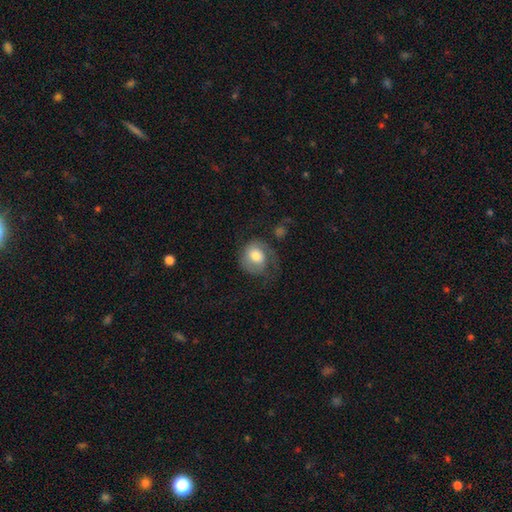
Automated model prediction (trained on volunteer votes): Q: Smooth or featured?
A: smooth (48%); runner-up: featured or disk (44%)
Q: Merging?
A: none (45%); runner-up: major disturbance (30%)